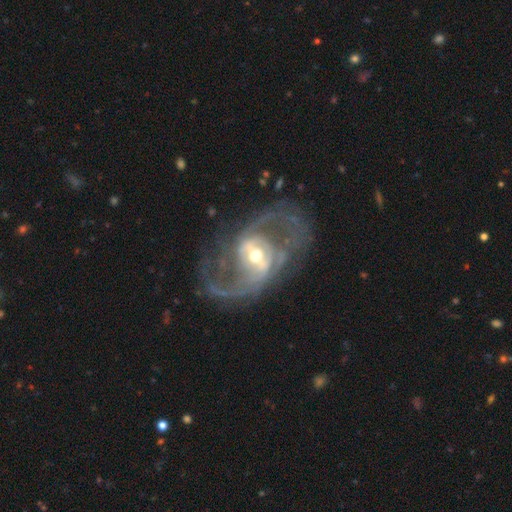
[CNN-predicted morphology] featured or disk 88%, smooth 7%, star or artifact 5%. Down the decision tree: edge-on disk — no (96%); bar — strong (42%); spiral arms — yes (89%); spiral arm count — 2 (74%); spiral winding — medium (48%); bulge size — moderate (59%); merging — none (58%).